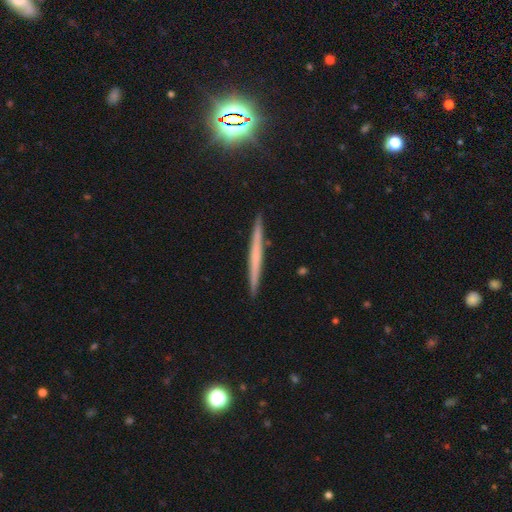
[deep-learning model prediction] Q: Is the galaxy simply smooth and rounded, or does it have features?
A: featured or disk — 49%.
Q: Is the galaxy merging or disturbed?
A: none — 91%.